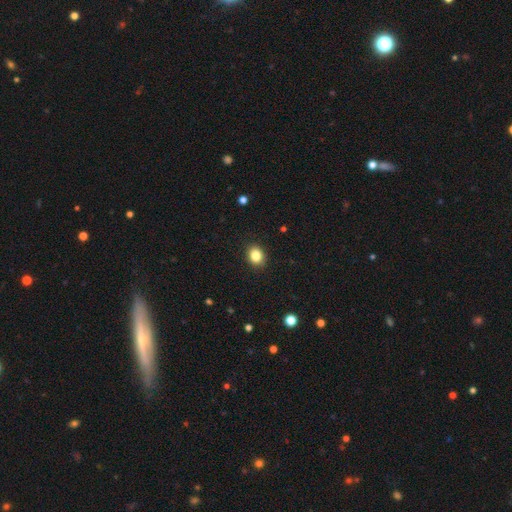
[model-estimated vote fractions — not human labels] Smooth or featured?
  - smooth: 85% *
  - star or artifact: 10%
  - featured or disk: 5%
How rounded?
  - round: 58% *
  - in between: 41%
  - cigar-shaped: 1%
Merging?
  - none: 91% *
  - minor disturbance: 6%
  - major disturbance: 2%
  - merger: 1%